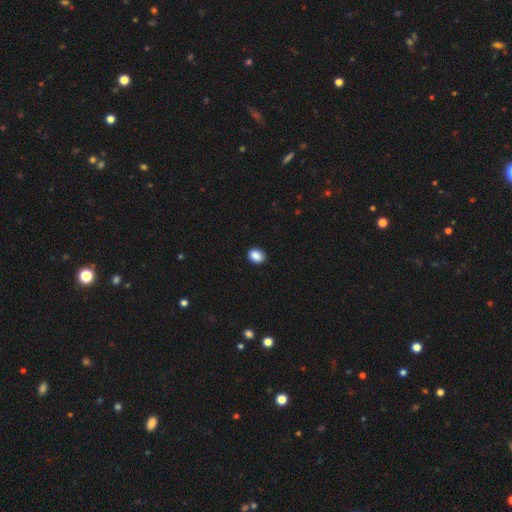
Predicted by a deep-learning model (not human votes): smooth_or_featured: smooth (p=0.89) [alt: star or artifact p=0.08]
how_rounded: in between (p=0.65) [alt: round p=0.34]
merging: none (p=0.90) [alt: minor disturbance p=0.08]